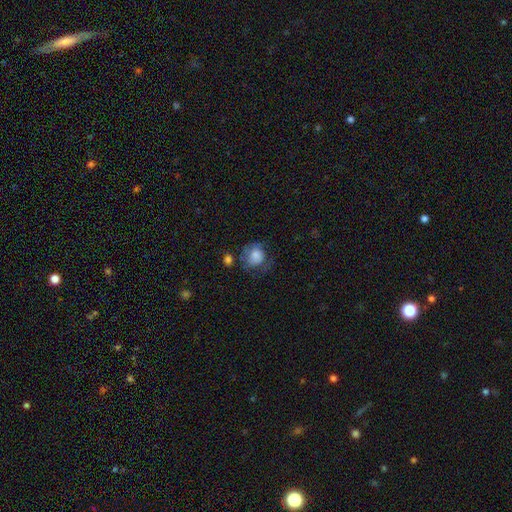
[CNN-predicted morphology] Smooth or featured: smooth — 68% (featured or disk — 24%)
How rounded: round — 74% (in between — 25%)
Merging: none — 43% (minor disturbance — 27%)